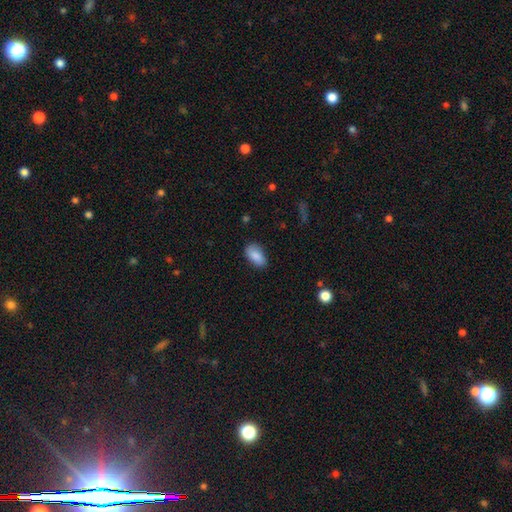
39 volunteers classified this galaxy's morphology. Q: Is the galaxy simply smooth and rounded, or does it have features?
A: smooth — 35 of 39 (90%).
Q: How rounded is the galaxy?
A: in between — 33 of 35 (94%).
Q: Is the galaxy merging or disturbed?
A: none — 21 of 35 (60%).